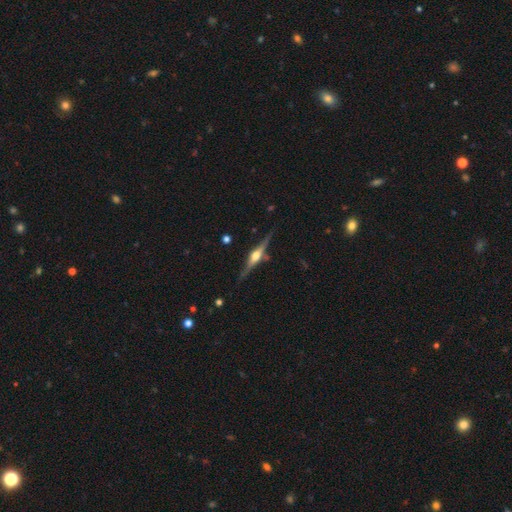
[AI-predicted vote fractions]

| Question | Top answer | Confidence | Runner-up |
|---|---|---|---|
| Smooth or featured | featured or disk | 84% | smooth (10%) |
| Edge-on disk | yes | 98% | no (2%) |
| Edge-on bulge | rounded | 92% | boxy (6%) |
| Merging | none | 85% | minor disturbance (10%) |